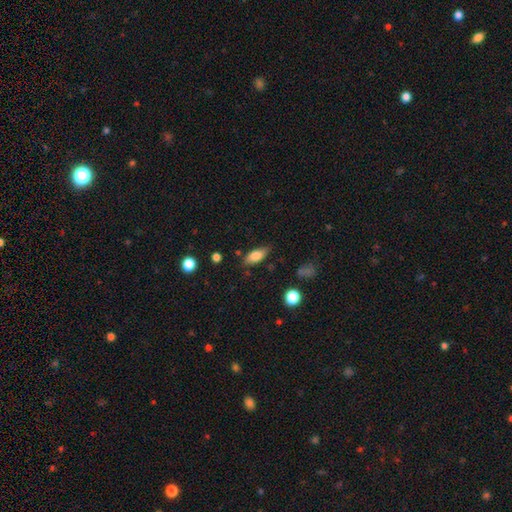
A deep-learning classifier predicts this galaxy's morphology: Overall: smooth (80%). How rounded: in between (82%). Merging: none (76%).